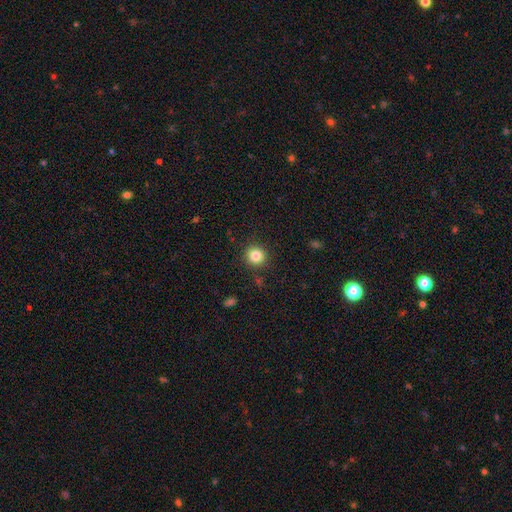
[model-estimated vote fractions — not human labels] Overall: smooth (83%). How rounded: round (92%). Merging: none (89%).